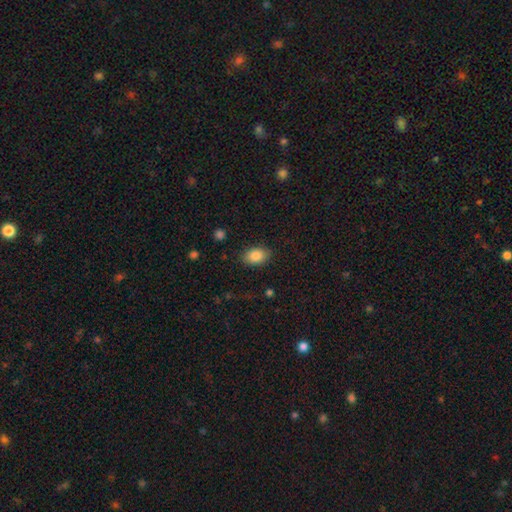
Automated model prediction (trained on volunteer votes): This is clearly a smooth galaxy (85%). How rounded: clearly in between (85%). Merging: clearly none (86%).